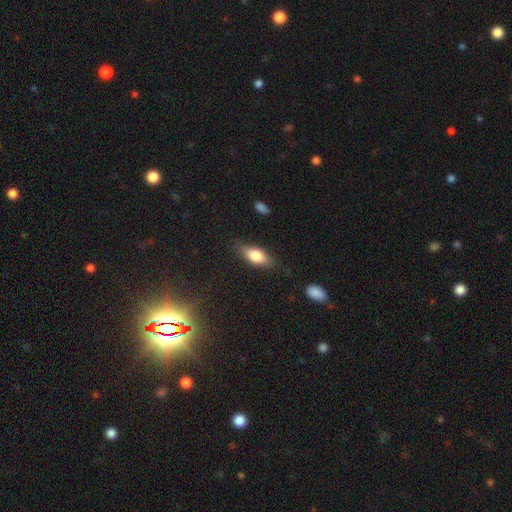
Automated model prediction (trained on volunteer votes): Q: Smooth or featured?
A: smooth (73%); runner-up: featured or disk (20%)
Q: How rounded?
A: in between (76%); runner-up: cigar-shaped (20%)
Q: Merging?
A: none (77%); runner-up: minor disturbance (17%)